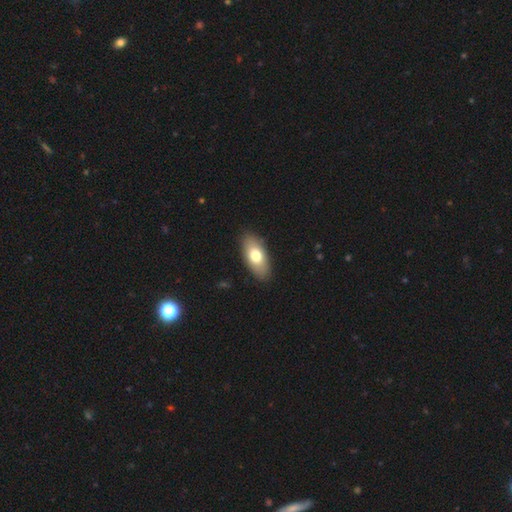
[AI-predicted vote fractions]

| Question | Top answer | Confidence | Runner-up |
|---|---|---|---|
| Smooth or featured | smooth | 72% | featured or disk (22%) |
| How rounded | in between | 89% | cigar-shaped (8%) |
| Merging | none | 88% | minor disturbance (9%) |